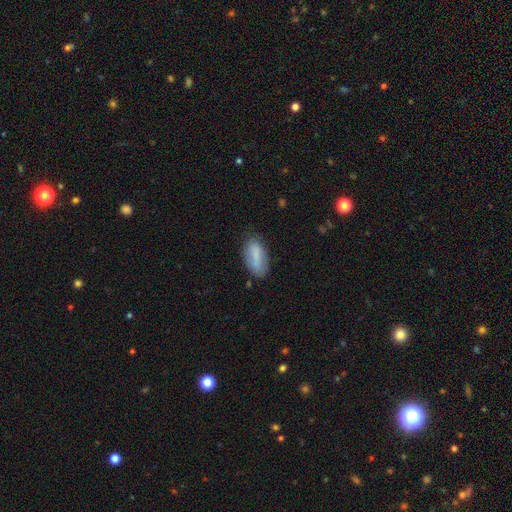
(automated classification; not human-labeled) A smooth galaxy with no disk features (77%) that is in between round and cigar-shaped (87%).

Vote fractions:
- Smooth or featured? smooth: 77% / featured or disk: 16% / star or artifact: 7%
- How rounded? in between: 87% / cigar-shaped: 11% / round: 2%
- Merging? none: 68% / minor disturbance: 23% / major disturbance: 6% / merger: 3%